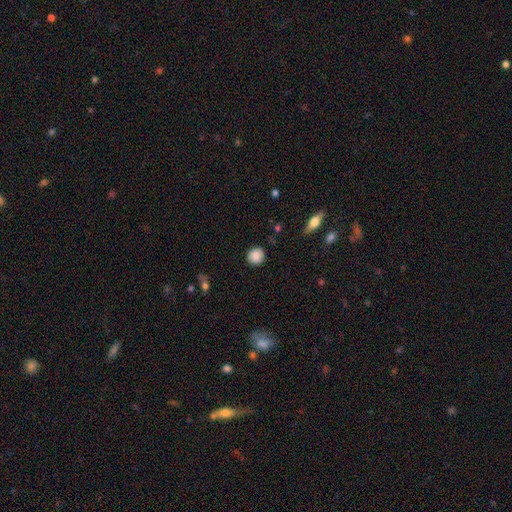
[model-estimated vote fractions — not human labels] This appears to be a smooth galaxy with no disk features (87%) that is round (90%). Merging: none (88%).